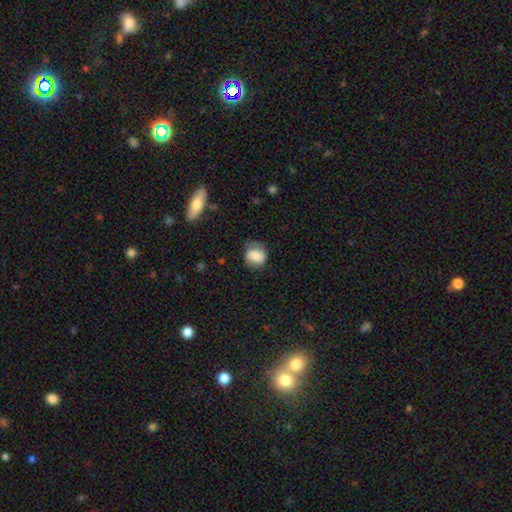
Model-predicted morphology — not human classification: Smooth or featured: smooth — 73% (featured or disk — 18%)
How rounded: round — 64% (in between — 35%)
Merging: none — 65% (minor disturbance — 25%)